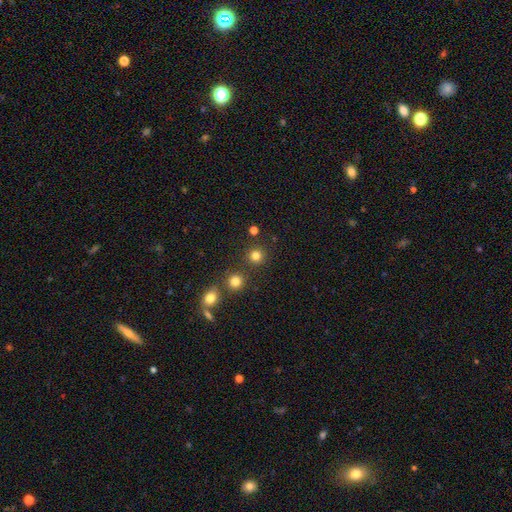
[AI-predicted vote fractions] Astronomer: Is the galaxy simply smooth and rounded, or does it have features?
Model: smooth — 79%.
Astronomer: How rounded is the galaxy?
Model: round — 93%.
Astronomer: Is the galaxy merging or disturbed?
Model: none — 85%.